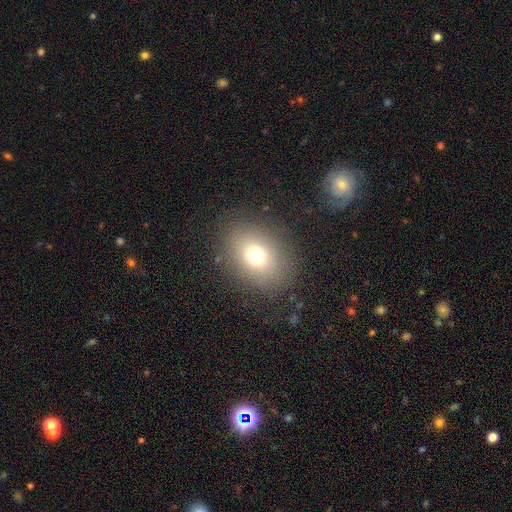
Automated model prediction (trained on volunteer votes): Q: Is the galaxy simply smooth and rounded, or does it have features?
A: smooth — 72%.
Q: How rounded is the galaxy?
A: in between — 57%.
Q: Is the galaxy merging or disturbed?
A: none — 84%.